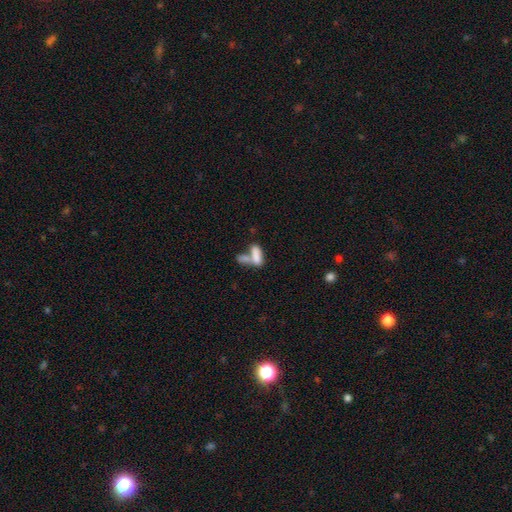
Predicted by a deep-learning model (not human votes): This appears to be a smooth galaxy with no disk features (76%) that is in between round and cigar-shaped (74%). Merging: merger (60%).